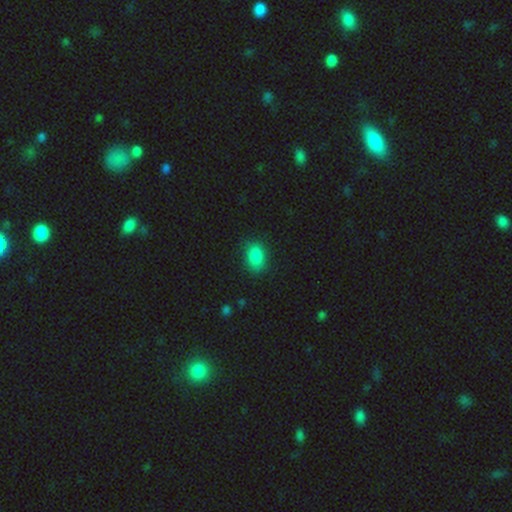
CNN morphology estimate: A smooth galaxy with no disk features (86%) that is in between round and cigar-shaped (82%). Merging: none (83%).